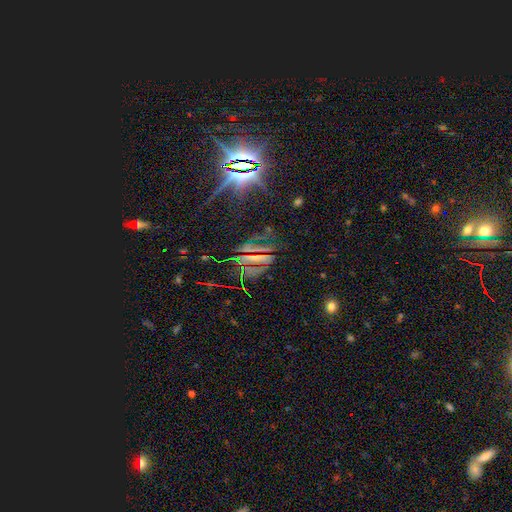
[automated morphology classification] A star or artifact, not a galaxy (63%).